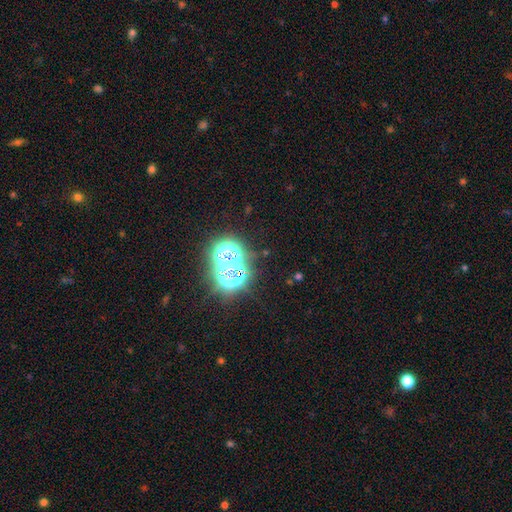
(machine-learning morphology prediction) Smooth or featured? Predicted: star or artifact (p=0.66).